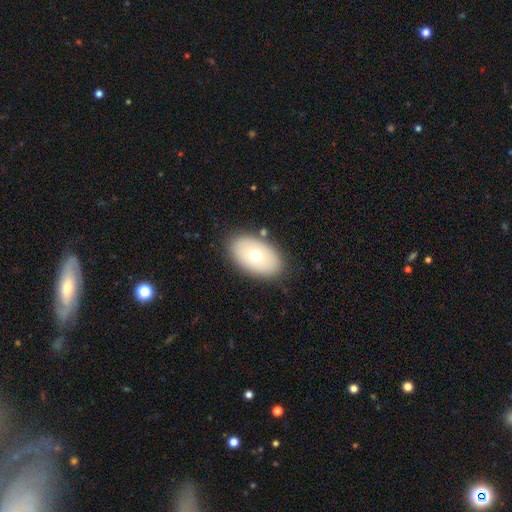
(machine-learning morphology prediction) The model was most divided on "smooth or featured": smooth: 66%, featured or disk: 27%, star or artifact: 7%. More confident: how rounded — in between (92%); merging — none (84%).